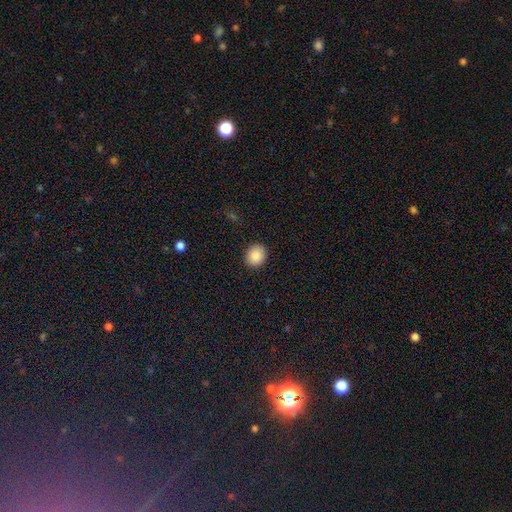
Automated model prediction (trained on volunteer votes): smooth 88%, star or artifact 8%, featured or disk 4%. Down the decision tree: how rounded — round (76%); merging — none (91%).